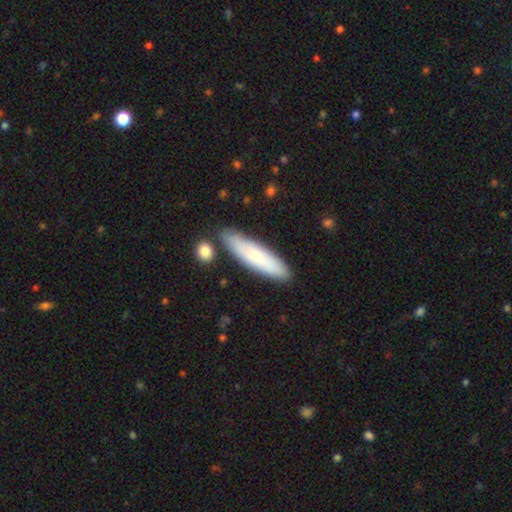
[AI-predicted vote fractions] Q: Smooth or featured?
A: smooth (71%); runner-up: featured or disk (23%)
Q: How rounded?
A: cigar-shaped (74%); runner-up: in between (24%)
Q: Merging?
A: none (83%); runner-up: minor disturbance (11%)